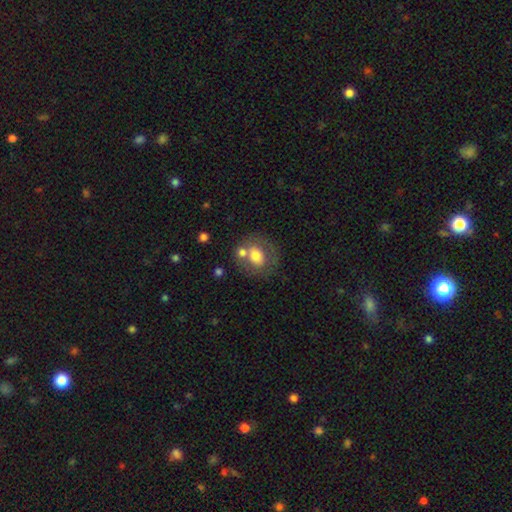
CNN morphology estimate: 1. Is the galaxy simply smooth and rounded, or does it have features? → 65% smooth, 26% featured or disk, 9% star or artifact.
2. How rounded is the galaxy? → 59% round, 40% in between, 1% cigar-shaped.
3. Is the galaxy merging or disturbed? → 56% none, 23% merger, 15% minor disturbance, 7% major disturbance.